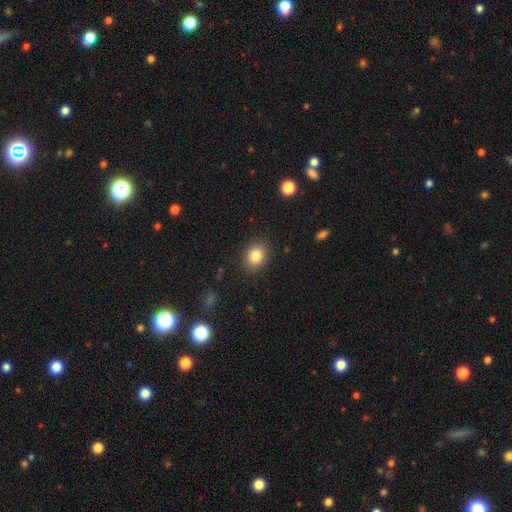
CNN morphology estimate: Smooth or featured? smooth (84%)
How rounded? in between (55%)
Merging? none (87%)